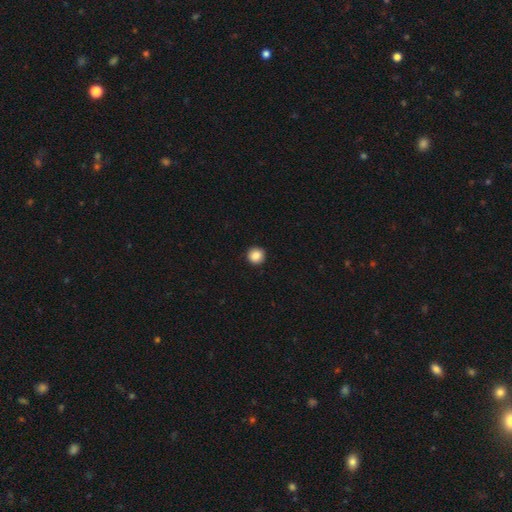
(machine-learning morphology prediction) A smooth galaxy with no disk features (87%) that is round (94%). Merging: none (93%).